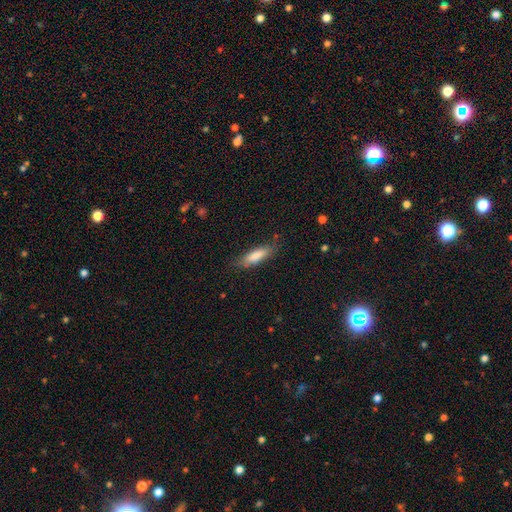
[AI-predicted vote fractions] Morphology: type=smooth (77%); roundness=cigar-shaped (55%); merging=none (77%).